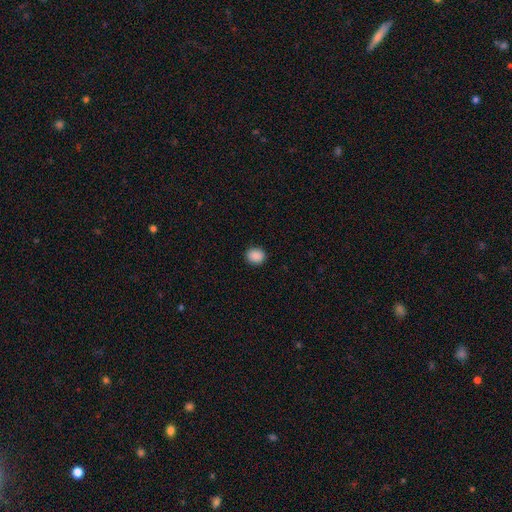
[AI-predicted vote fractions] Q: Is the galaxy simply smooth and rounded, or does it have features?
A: smooth — 89%.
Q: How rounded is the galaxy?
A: round — 67%.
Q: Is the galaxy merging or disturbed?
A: none — 90%.